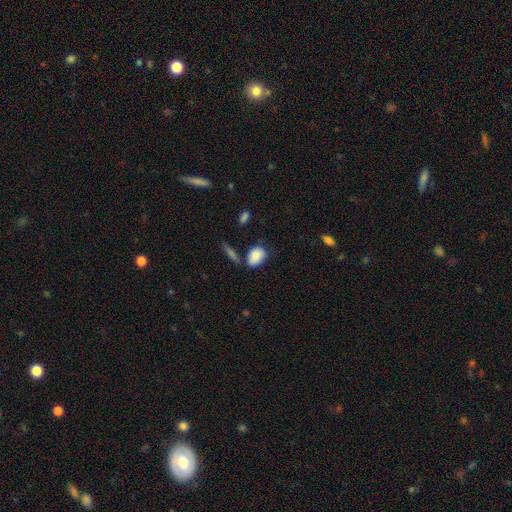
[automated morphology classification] This is clearly a smooth galaxy (85%). How rounded: likely in between (78%). Merging: possibly none (58%).